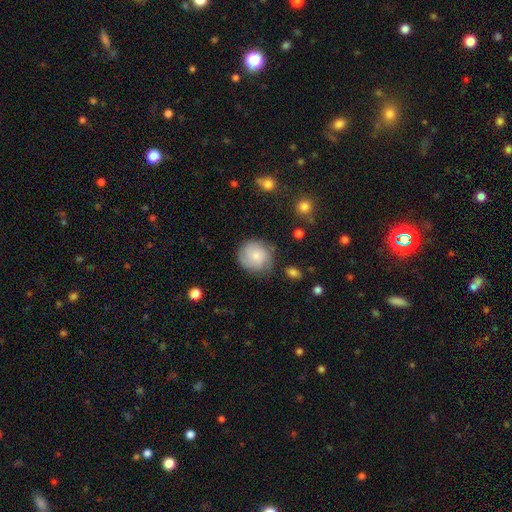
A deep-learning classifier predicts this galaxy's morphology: Smooth or featured?
  - smooth: 66% *
  - featured or disk: 26%
  - star or artifact: 8%
How rounded?
  - round: 89% *
  - in between: 10%
  - cigar-shaped: 1%
Merging?
  - none: 73% *
  - minor disturbance: 19%
  - major disturbance: 6%
  - merger: 2%